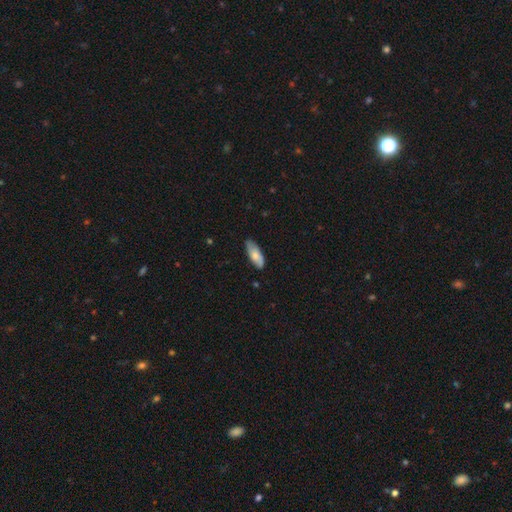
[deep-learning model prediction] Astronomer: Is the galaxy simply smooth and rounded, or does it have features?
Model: smooth — 72%.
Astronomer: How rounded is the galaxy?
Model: in between — 74%.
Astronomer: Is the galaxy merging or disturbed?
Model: none — 79%.